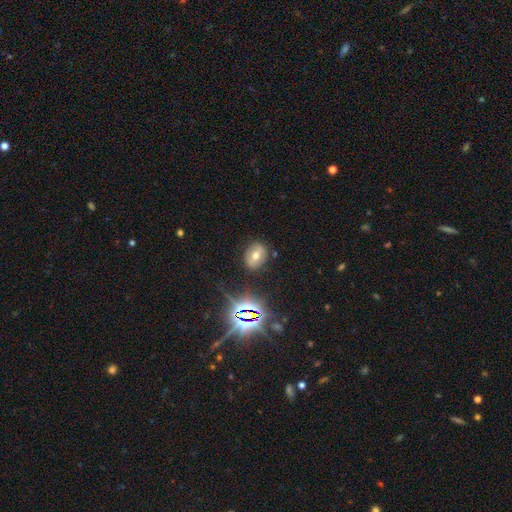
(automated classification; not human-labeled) This is marginally a smooth galaxy (43%). Merging: clearly none (84%).